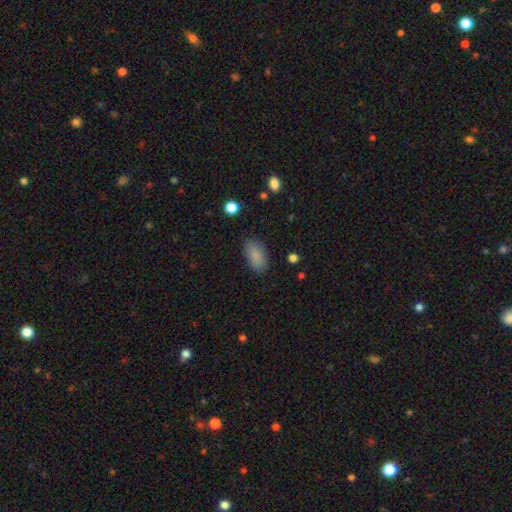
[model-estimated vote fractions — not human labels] Overall: smooth (86%). How rounded: in between (93%). Merging: none (83%).